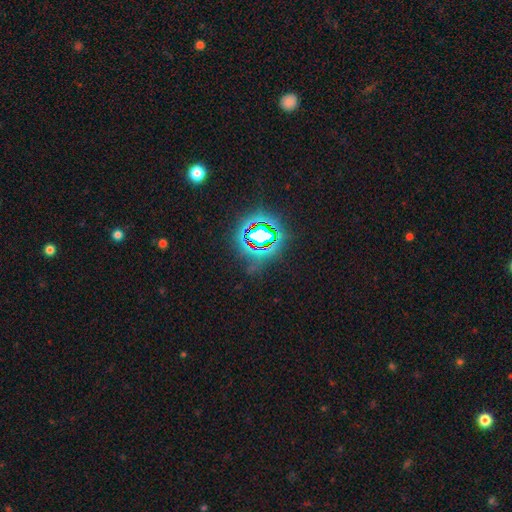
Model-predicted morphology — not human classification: Smooth or featured? Predicted: star or artifact (p=0.81).